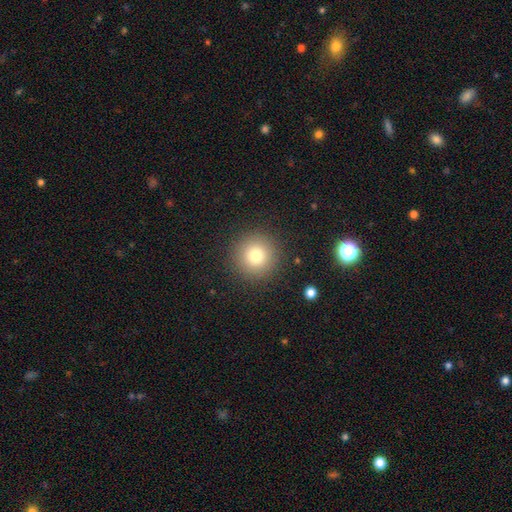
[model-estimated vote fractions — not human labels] This appears to be a smooth galaxy with no disk features (78%) that is round (96%). Merging: none (90%).